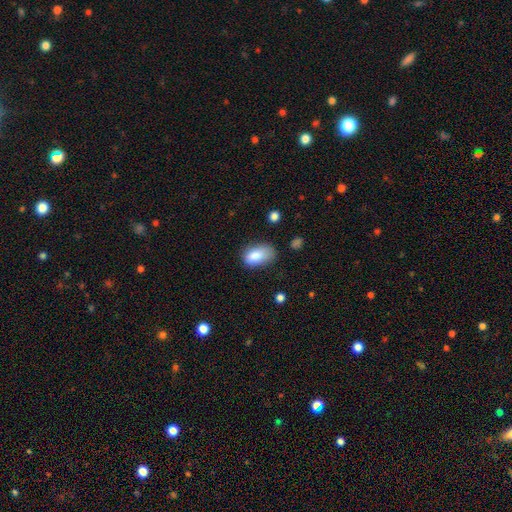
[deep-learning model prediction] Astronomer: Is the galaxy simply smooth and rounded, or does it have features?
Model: smooth — 85%.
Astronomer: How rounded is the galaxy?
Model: in between — 92%.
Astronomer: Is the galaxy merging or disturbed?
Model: none — 56% (runner-up: minor disturbance, 32%).